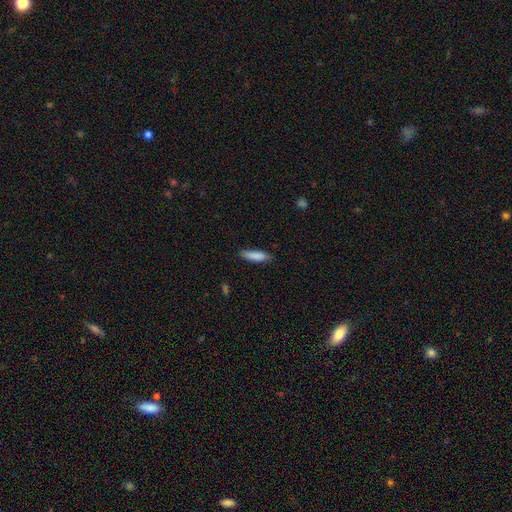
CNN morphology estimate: smooth 86%, featured or disk 8%, star or artifact 6%. Down the decision tree: how rounded — cigar-shaped (68%); merging — none (81%).